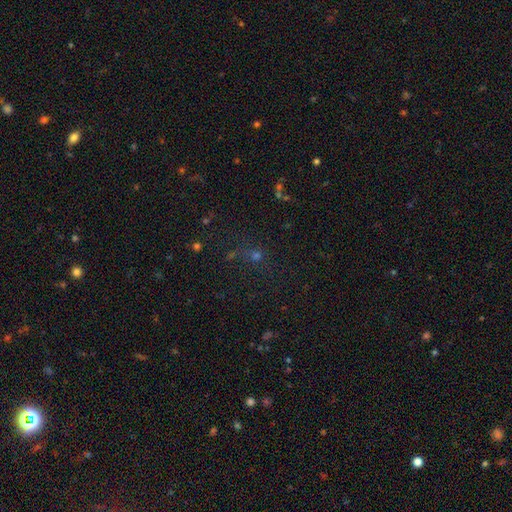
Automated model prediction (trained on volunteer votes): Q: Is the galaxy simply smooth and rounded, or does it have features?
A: star or artifact — 53%.